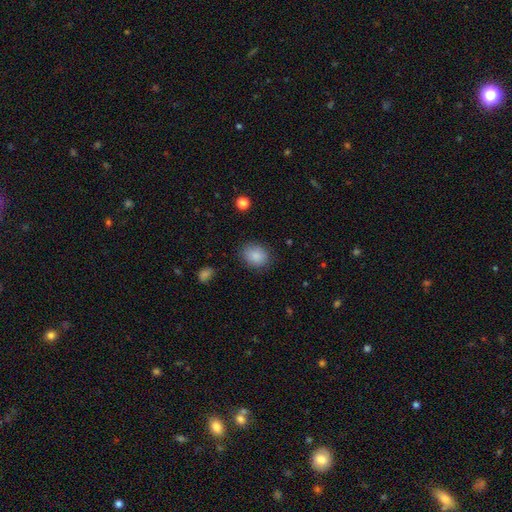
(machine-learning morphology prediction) Smooth or featured?
  - smooth: 87% *
  - star or artifact: 9%
  - featured or disk: 5%
How rounded?
  - round: 51% *
  - in between: 48%
  - cigar-shaped: 1%
Merging?
  - none: 82% *
  - minor disturbance: 13%
  - major disturbance: 4%
  - merger: 1%